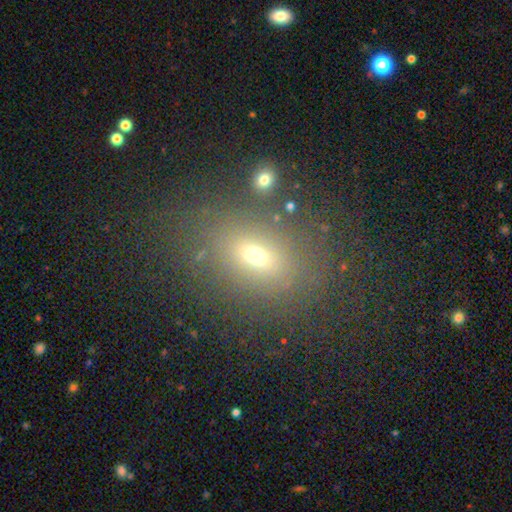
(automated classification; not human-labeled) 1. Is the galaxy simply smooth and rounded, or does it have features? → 63% smooth, 20% star or artifact, 17% featured or disk.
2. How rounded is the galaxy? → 70% in between, 27% round, 3% cigar-shaped.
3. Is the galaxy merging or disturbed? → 76% none, 12% minor disturbance, 7% major disturbance, 5% merger.